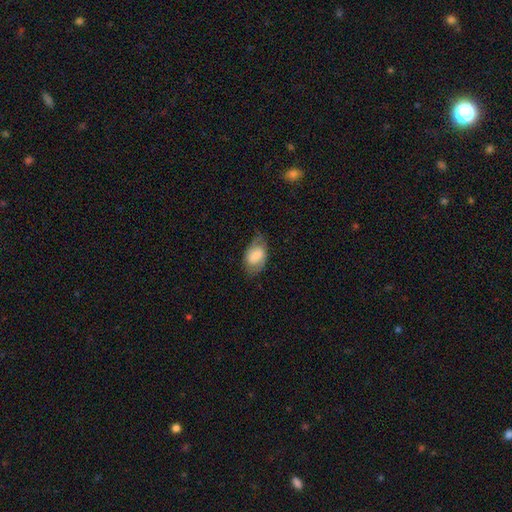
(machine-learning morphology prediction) Smooth or featured? smooth (57%)
How rounded? in between (91%)
Merging? none (64%)